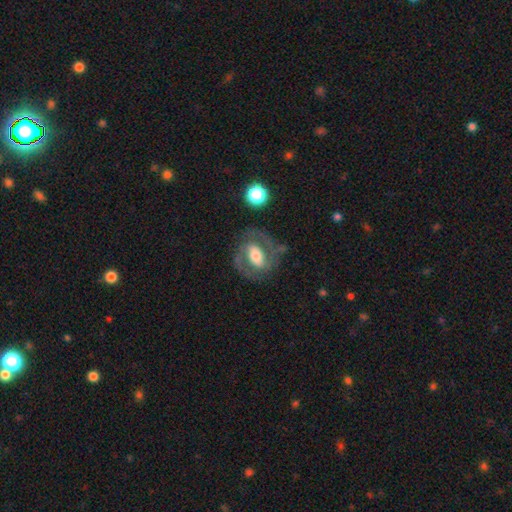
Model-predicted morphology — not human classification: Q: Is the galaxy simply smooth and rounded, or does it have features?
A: featured or disk — 78%.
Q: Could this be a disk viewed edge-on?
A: no — 97%.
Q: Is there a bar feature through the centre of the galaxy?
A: weak — 38%.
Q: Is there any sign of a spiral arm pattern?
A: yes — 89%.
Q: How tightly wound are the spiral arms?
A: medium — 54%.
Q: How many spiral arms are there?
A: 2 — 89%.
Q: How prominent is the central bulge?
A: moderate — 53%.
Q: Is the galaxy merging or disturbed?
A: none — 69%.